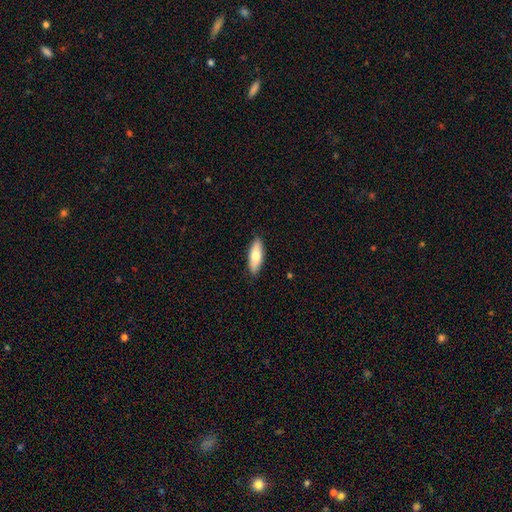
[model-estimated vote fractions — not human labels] The model was most divided on "how rounded": in between: 61%, cigar-shaped: 37%, round: 2%. More confident: merging — none (89%); smooth or featured — smooth (74%).